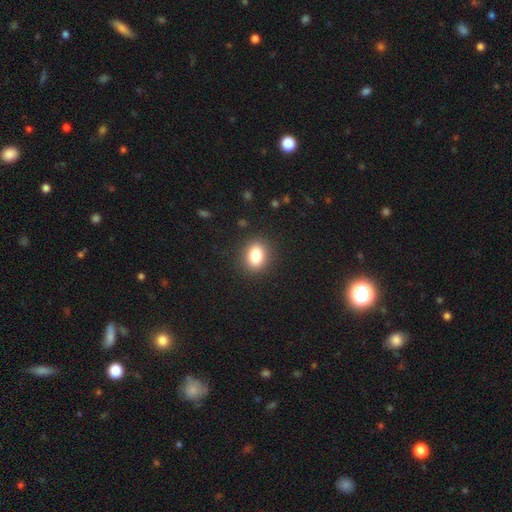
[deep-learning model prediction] This is clearly a smooth galaxy (83%). How rounded: likely in between (63%). Merging: clearly none (89%).